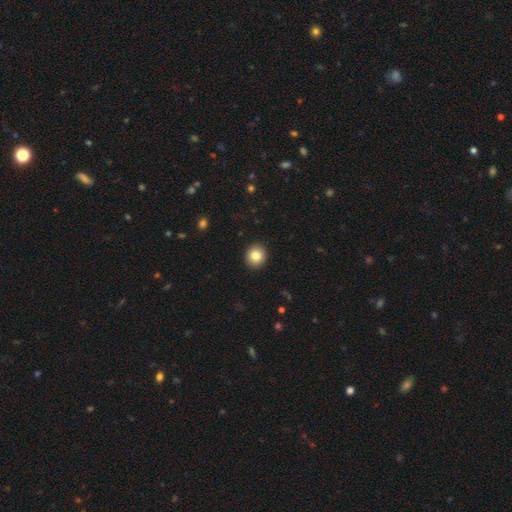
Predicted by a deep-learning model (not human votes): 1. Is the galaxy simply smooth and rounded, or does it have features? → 84% smooth, 9% star or artifact, 7% featured or disk.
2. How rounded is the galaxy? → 82% round, 18% in between, 1% cigar-shaped.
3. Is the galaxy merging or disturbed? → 92% none, 5% minor disturbance, 2% major disturbance, 1% merger.